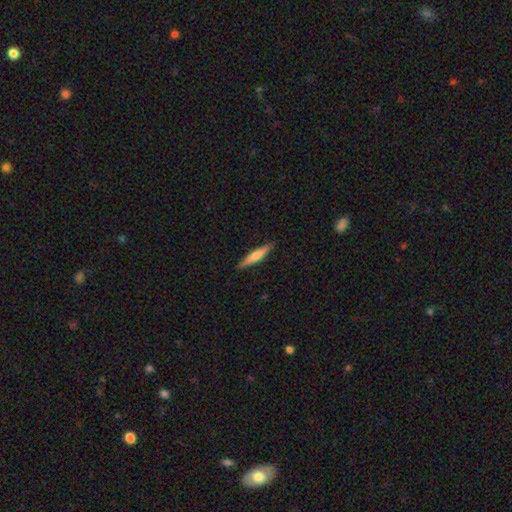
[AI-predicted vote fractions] This appears to be a smooth galaxy with no disk features (62%) that is cigar-shaped (89%). Merging: none (88%).